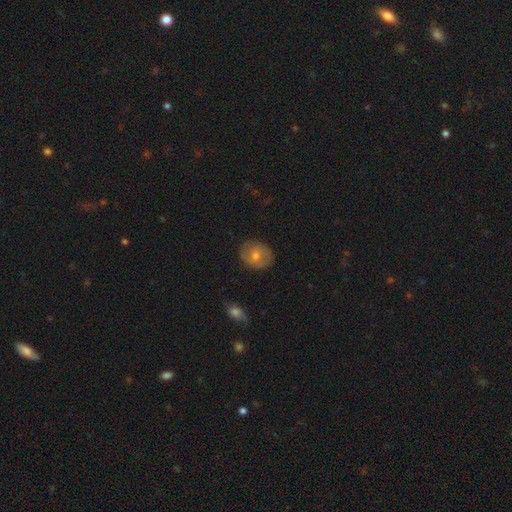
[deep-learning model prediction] Smooth or featured? smooth (55%)
How rounded? round (65%)
Merging? none (81%)